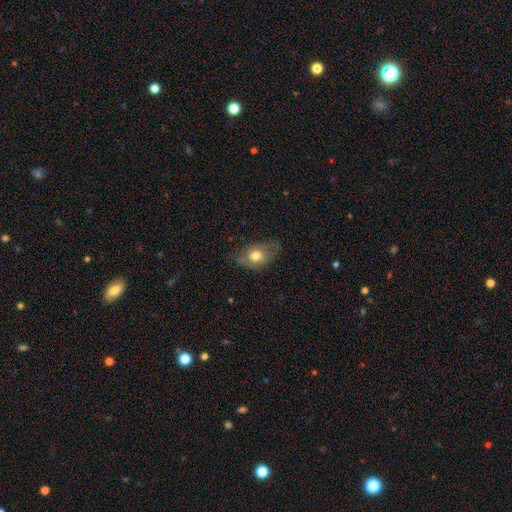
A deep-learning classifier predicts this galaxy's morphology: A smooth galaxy with no disk features (70%) that is in between round and cigar-shaped (79%). Merging: none (63%).